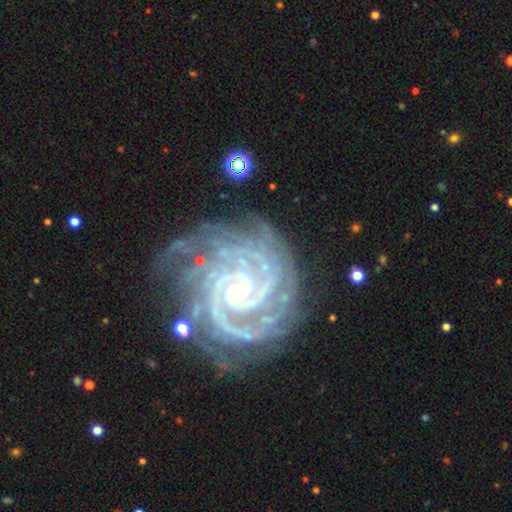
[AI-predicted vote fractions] A featured or disk galaxy (91%) with no bar (51%), 3 (22%) tight (82%) spiral arms (99%) and a small central bulge (79%). Merging: none (73%).